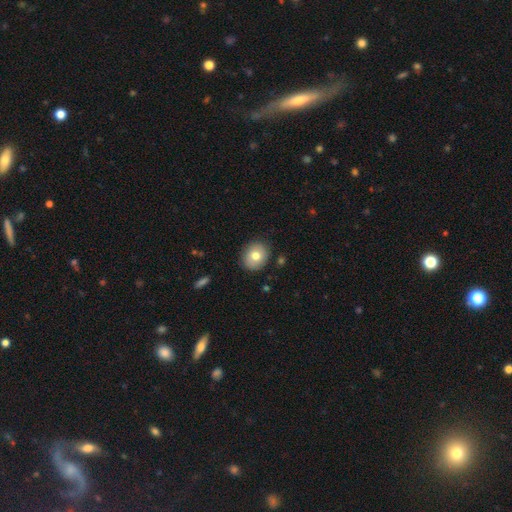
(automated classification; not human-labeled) The model was most divided on "how rounded": round: 73%, in between: 26%, cigar-shaped: 1%. More confident: merging — none (87%); smooth or featured — smooth (75%).